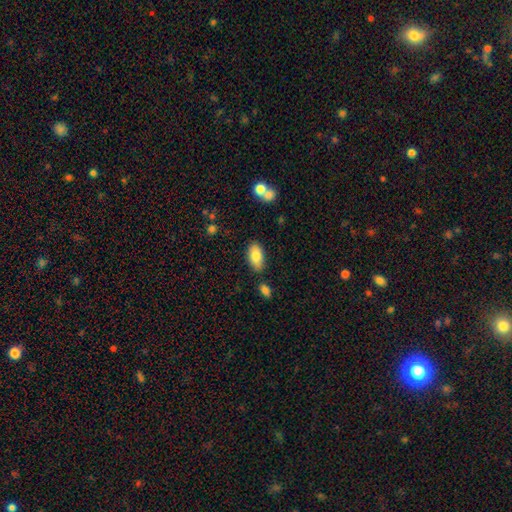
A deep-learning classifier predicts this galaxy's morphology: The model was most divided on "merging": none: 81%, minor disturbance: 12%, merger: 4%, major disturbance: 3%. More confident: how rounded — in between (92%); smooth or featured — smooth (82%).